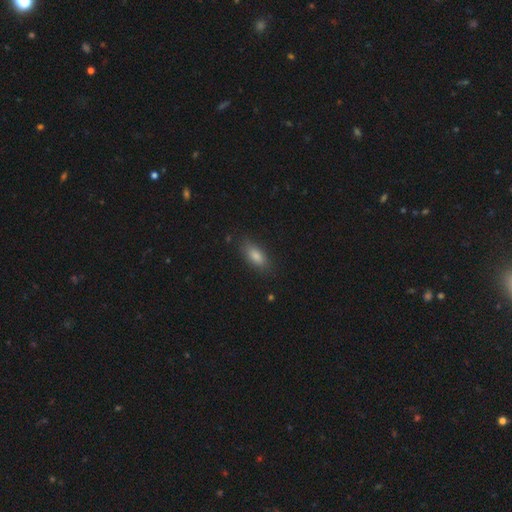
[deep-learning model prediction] Q: Smooth or featured?
A: smooth (82%); runner-up: featured or disk (9%)
Q: How rounded?
A: in between (77%); runner-up: cigar-shaped (20%)
Q: Merging?
A: none (84%); runner-up: minor disturbance (12%)